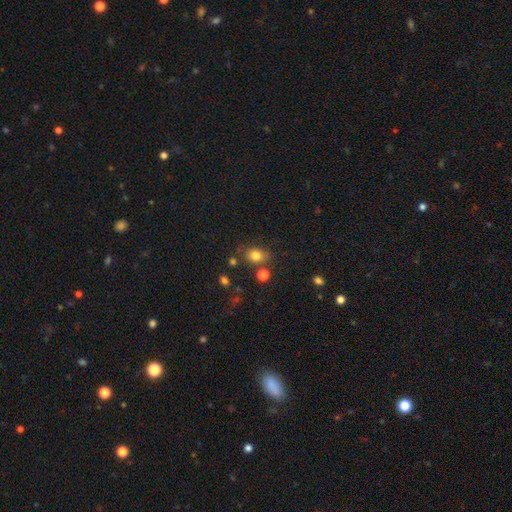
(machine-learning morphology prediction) Smooth or featured? smooth (78%)
How rounded? in between (52%)
Merging? none (69%)